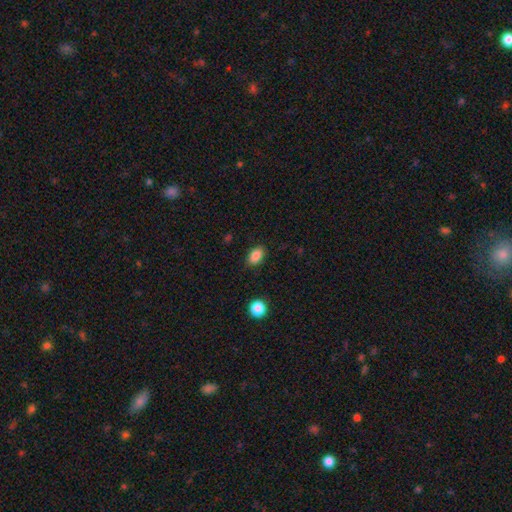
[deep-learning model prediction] Smooth or featured?
  - smooth: 87% *
  - star or artifact: 9%
  - featured or disk: 4%
How rounded?
  - in between: 86% *
  - round: 13%
  - cigar-shaped: 1%
Merging?
  - none: 87% *
  - minor disturbance: 9%
  - major disturbance: 3%
  - merger: 1%